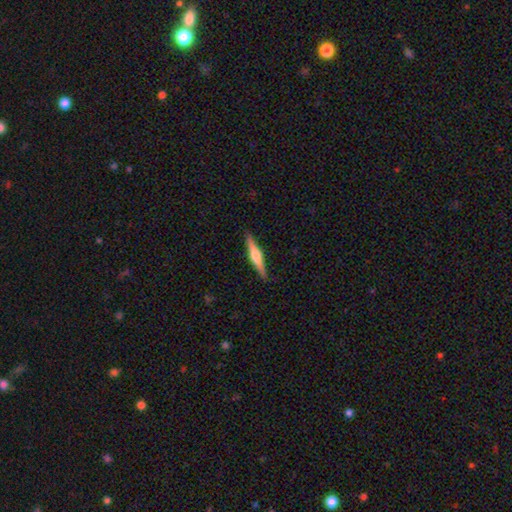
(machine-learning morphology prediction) A featured or disk galaxy (65%) viewed edge-on (98%) with a rounded central bulge (86%). Merging: none (90%).